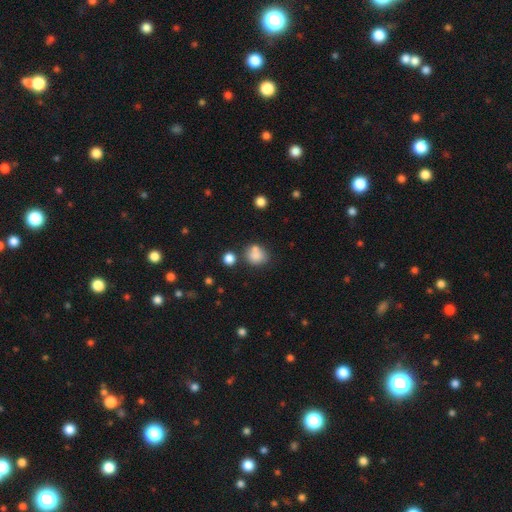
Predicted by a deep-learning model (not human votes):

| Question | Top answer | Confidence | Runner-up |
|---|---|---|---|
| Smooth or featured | smooth | 80% | star or artifact (11%) |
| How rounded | round | 70% | in between (29%) |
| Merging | none | 54% | merger (25%) |